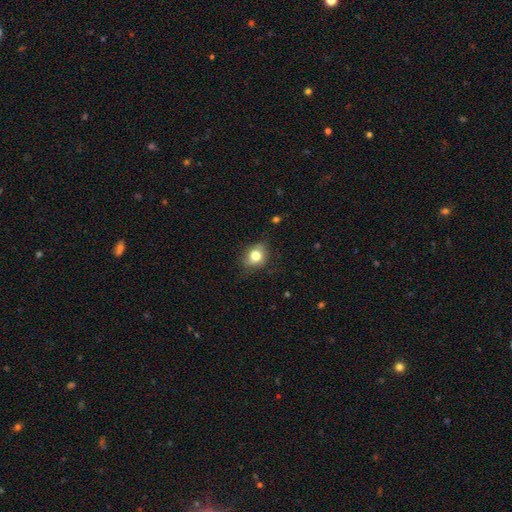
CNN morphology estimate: smooth-or-featured: smooth: 78% | featured or disk: 12% | star or artifact: 10%
  how-rounded: round: 55% | in between: 44% | cigar-shaped: 1%
  merging: none: 70% | minor disturbance: 23% | major disturbance: 6% | merger: 1%